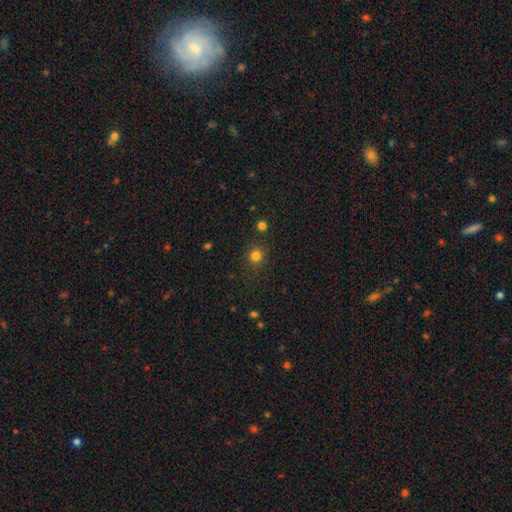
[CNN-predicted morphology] smooth_or_featured: smooth (p=0.80) [alt: star or artifact p=0.15]
how_rounded: round (p=0.90) [alt: in between p=0.09]
merging: none (p=0.86) [alt: minor disturbance p=0.08]